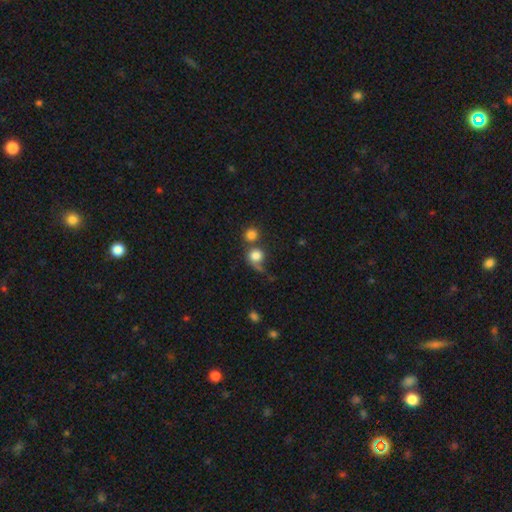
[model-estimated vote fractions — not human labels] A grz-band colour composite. It shows a smooth galaxy with no disk features (78%) that is round (85%). Merging: merger (36%).